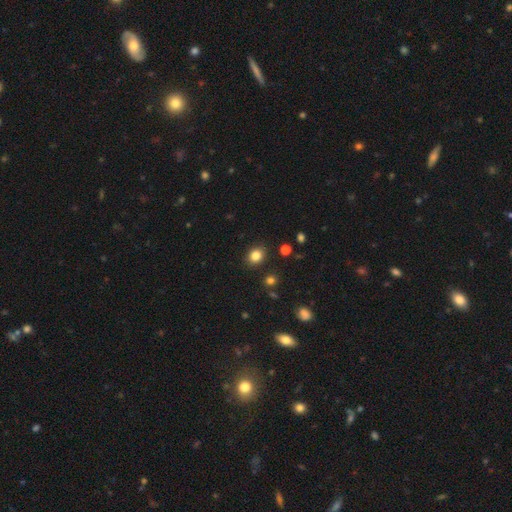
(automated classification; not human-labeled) A smooth galaxy with no disk features (83%) that is round (57%).

Vote fractions:
- Smooth or featured? smooth: 83% / star or artifact: 11% / featured or disk: 5%
- How rounded? round: 57% / in between: 42% / cigar-shaped: 1%
- Merging? none: 87% / minor disturbance: 8% / major disturbance: 2% / merger: 2%